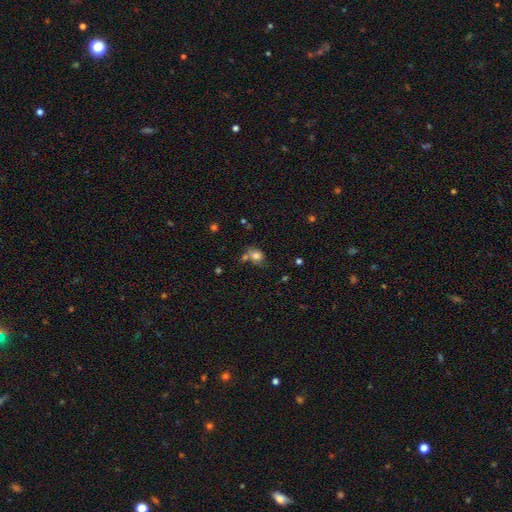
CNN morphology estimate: Smooth or featured? Predicted: smooth (p=0.76). How rounded? Predicted: in between (p=0.52). Merging? Predicted: none (p=0.49).